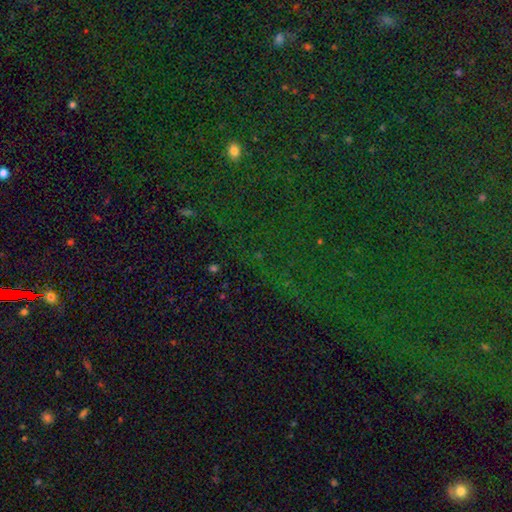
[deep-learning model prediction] star or artifact 77%, smooth 15%, featured or disk 8%.